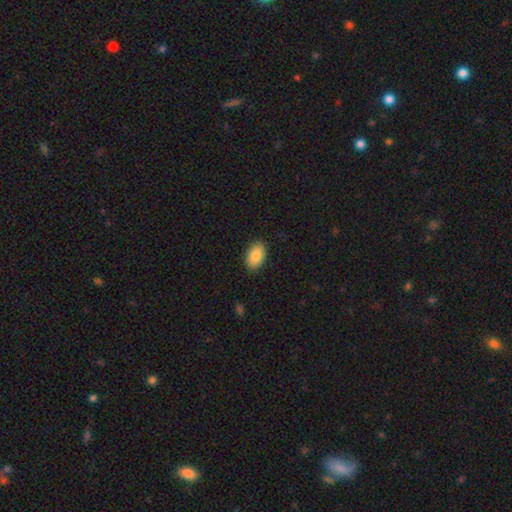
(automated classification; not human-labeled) Overall: smooth (88%). How rounded: in between (93%). Merging: none (88%).